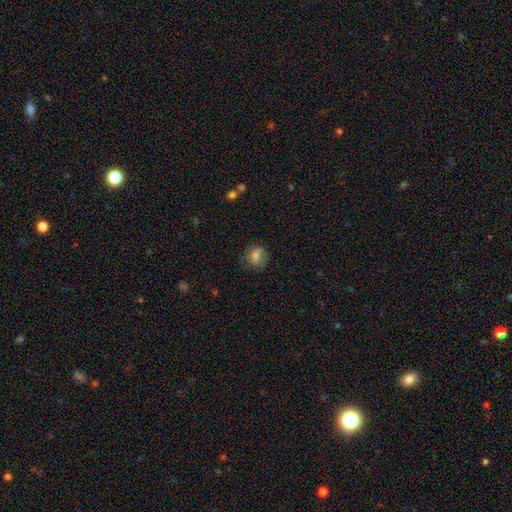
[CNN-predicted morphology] Smooth or featured: smooth — 62% (featured or disk — 27%)
How rounded: round — 62% (in between — 36%)
Merging: none — 68% (minor disturbance — 21%)